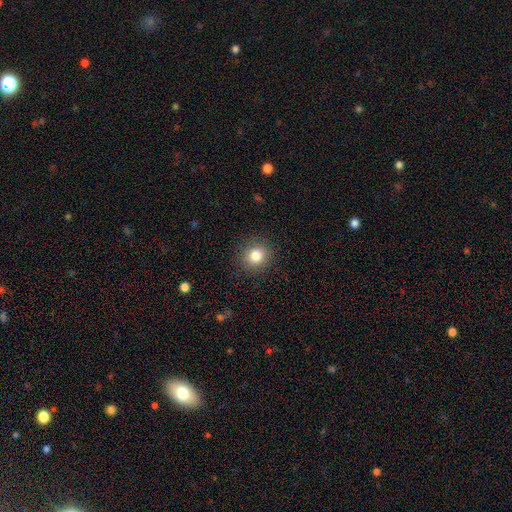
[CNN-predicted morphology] Smooth or featured: smooth — 83% (star or artifact — 11%)
How rounded: round — 84% (in between — 15%)
Merging: none — 89% (minor disturbance — 7%)